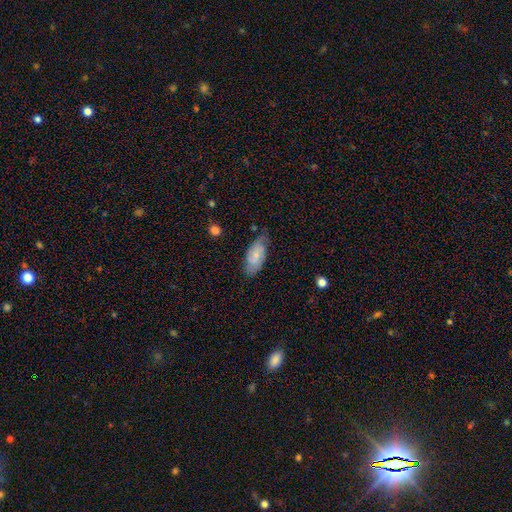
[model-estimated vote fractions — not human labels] Q: Smooth or featured?
A: smooth (49%); runner-up: featured or disk (44%)
Q: Merging?
A: none (67%); runner-up: minor disturbance (26%)